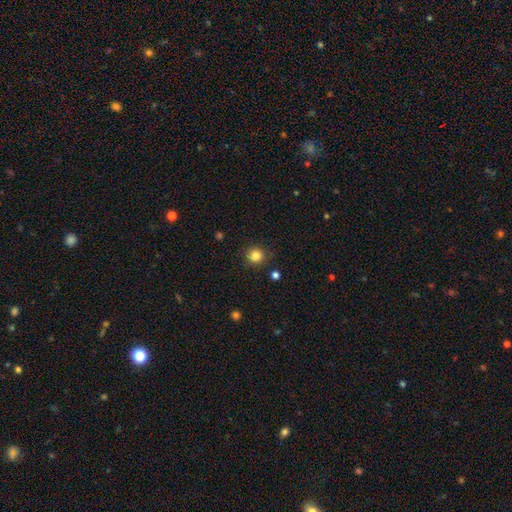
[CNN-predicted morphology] This appears to be a smooth galaxy with no disk features (83%) that is round (93%). Merging: none (90%).